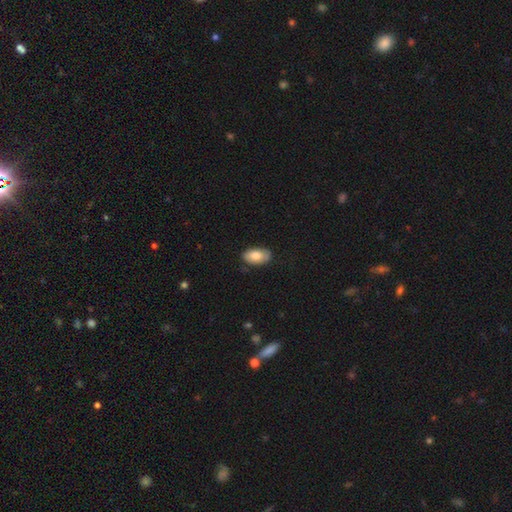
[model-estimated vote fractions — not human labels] The model was most divided on "smooth or featured": smooth: 79%, featured or disk: 15%, star or artifact: 6%. More confident: how rounded — in between (94%); merging — none (81%).